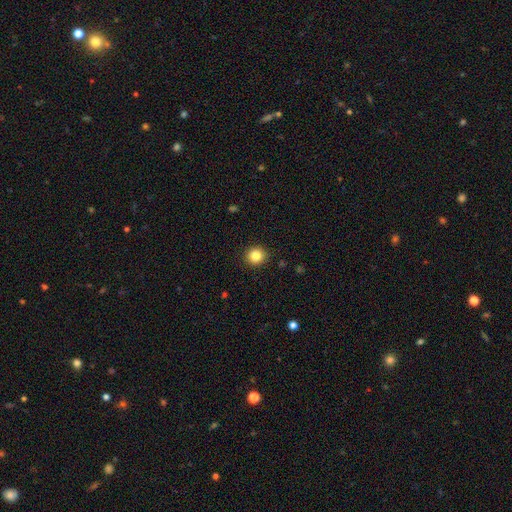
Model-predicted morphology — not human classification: Smooth or featured: smooth — 84% (star or artifact — 11%)
How rounded: round — 92% (in between — 7%)
Merging: none — 91% (minor disturbance — 6%)